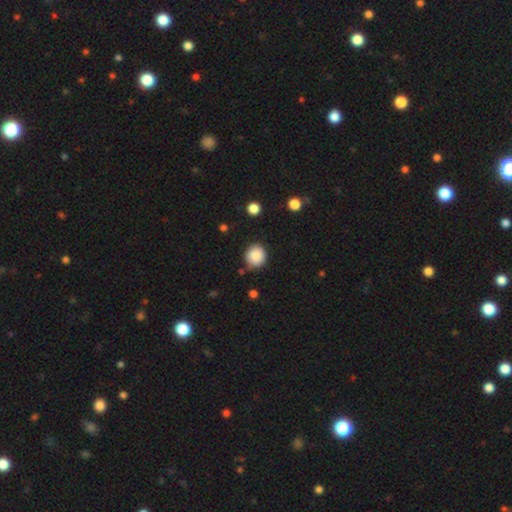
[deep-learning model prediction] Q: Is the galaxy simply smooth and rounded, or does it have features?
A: smooth — 86%.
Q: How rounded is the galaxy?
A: round — 86%.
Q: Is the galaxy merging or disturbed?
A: none — 84%.